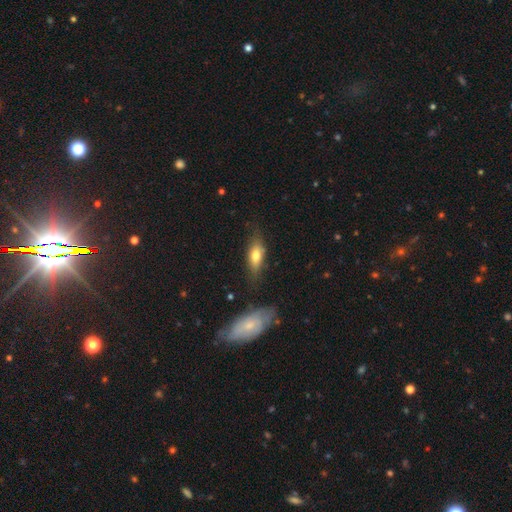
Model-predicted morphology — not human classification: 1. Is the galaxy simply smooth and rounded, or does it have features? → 68% smooth, 25% featured or disk, 7% star or artifact.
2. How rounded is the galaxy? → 69% in between, 27% cigar-shaped, 4% round.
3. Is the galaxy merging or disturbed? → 67% none, 22% minor disturbance, 7% major disturbance, 4% merger.